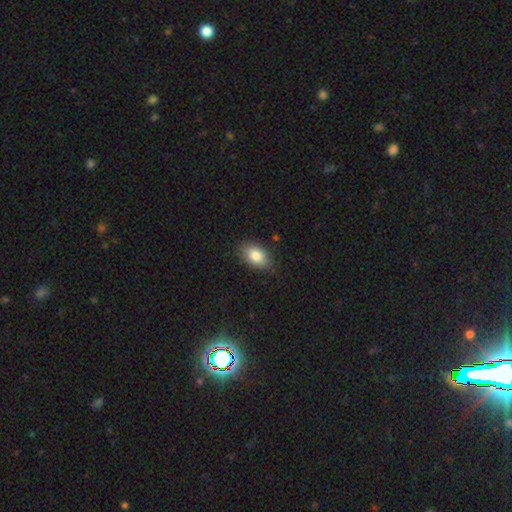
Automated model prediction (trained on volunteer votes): Q: Smooth or featured?
A: smooth (83%); runner-up: featured or disk (9%)
Q: How rounded?
A: in between (89%); runner-up: round (9%)
Q: Merging?
A: none (83%); runner-up: minor disturbance (13%)